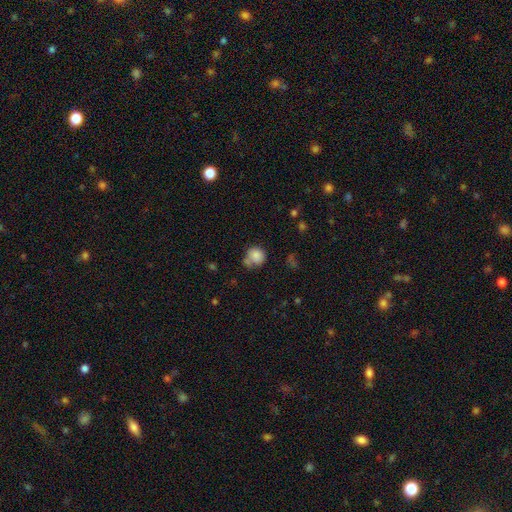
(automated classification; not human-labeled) A smooth galaxy with no disk features (82%) that is round (84%). Merging: none (52%).